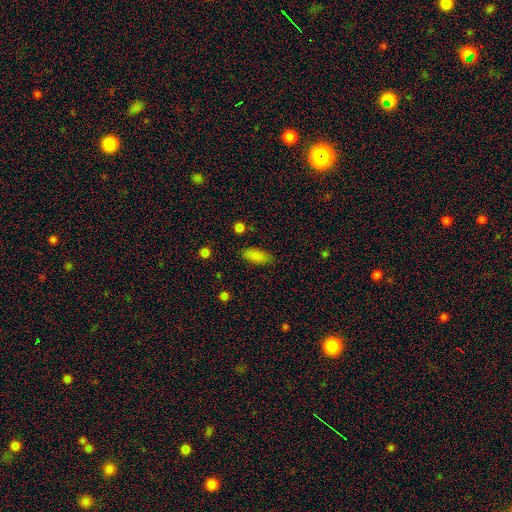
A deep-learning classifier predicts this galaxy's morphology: A smooth galaxy with no disk features (86%) that is in between round and cigar-shaped (80%).

Vote fractions:
- Smooth or featured? smooth: 86% / star or artifact: 9% / featured or disk: 5%
- How rounded? in between: 80% / cigar-shaped: 17% / round: 3%
- Merging? none: 83% / minor disturbance: 12% / major disturbance: 3% / merger: 2%